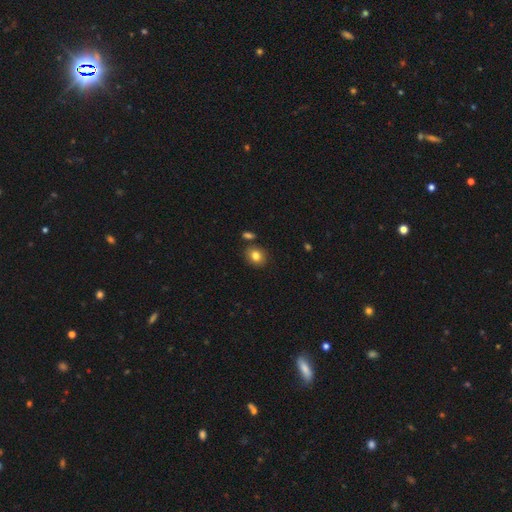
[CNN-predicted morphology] A smooth galaxy with no disk features (82%) that is round (65%).

Vote fractions:
- Smooth or featured? smooth: 82% / star or artifact: 10% / featured or disk: 8%
- How rounded? round: 65% / in between: 34% / cigar-shaped: 1%
- Merging? none: 82% / minor disturbance: 10% / merger: 7% / major disturbance: 2%